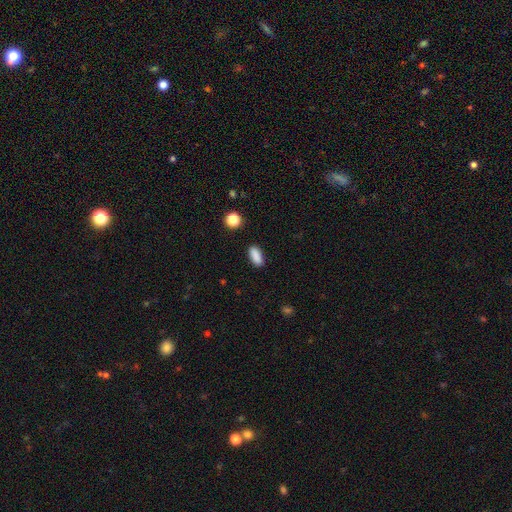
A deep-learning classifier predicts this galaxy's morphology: A smooth galaxy with no disk features (88%) that is in between round and cigar-shaped (82%).

Vote fractions:
- Smooth or featured? smooth: 88% / star or artifact: 8% / featured or disk: 4%
- How rounded? in between: 82% / cigar-shaped: 14% / round: 3%
- Merging? none: 87% / minor disturbance: 9% / major disturbance: 2% / merger: 1%